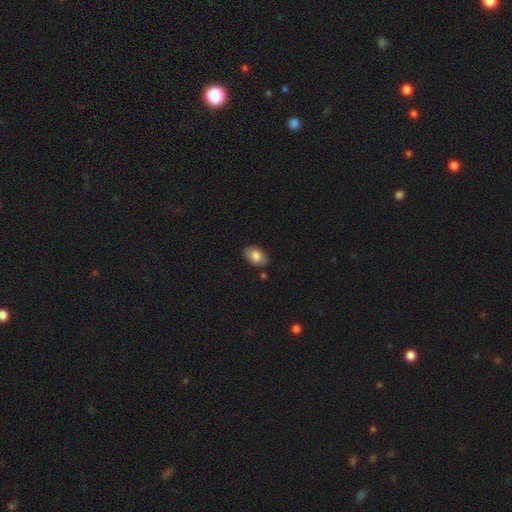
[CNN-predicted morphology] Overall: smooth (82%). How rounded: in between (87%). Merging: none (84%).